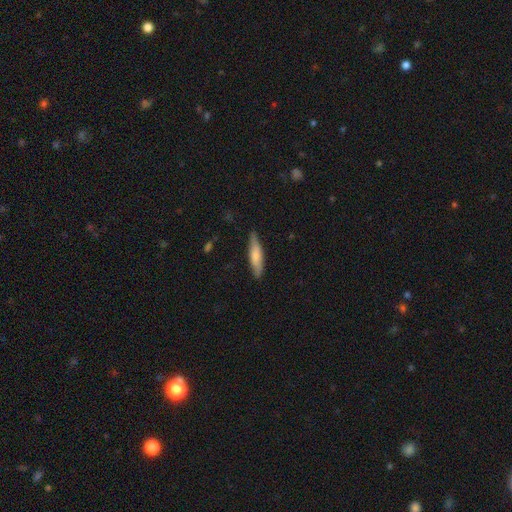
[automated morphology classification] Smooth or featured: smooth — 65% (featured or disk — 29%)
How rounded: cigar-shaped — 74% (in between — 25%)
Merging: none — 82% (minor disturbance — 14%)